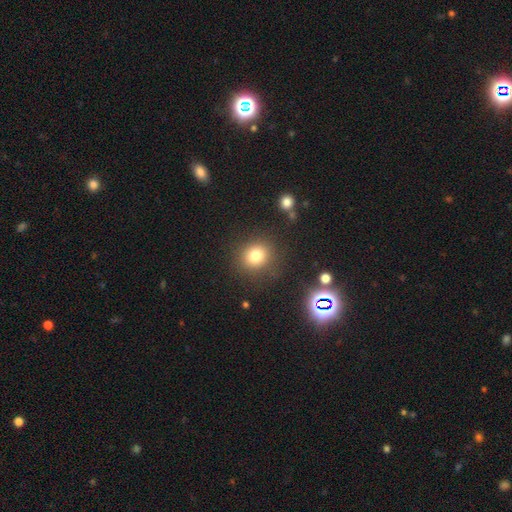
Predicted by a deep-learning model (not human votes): Q: Smooth or featured?
A: smooth (79%); runner-up: star or artifact (14%)
Q: How rounded?
A: round (82%); runner-up: in between (17%)
Q: Merging?
A: none (85%); runner-up: minor disturbance (9%)